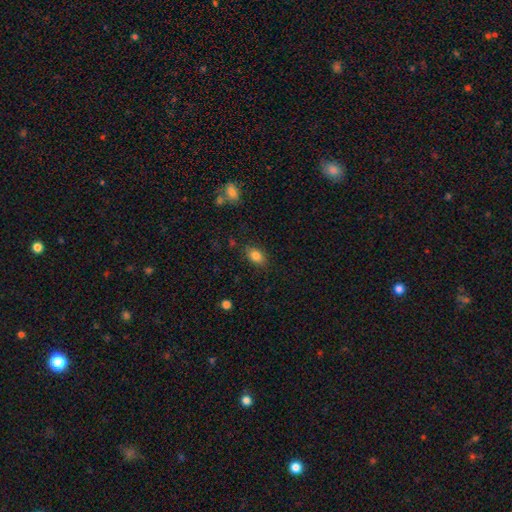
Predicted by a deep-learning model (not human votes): smooth_or_featured: smooth (p=0.84) [alt: star or artifact p=0.09]
how_rounded: in between (p=0.84) [alt: round p=0.14]
merging: none (p=0.83) [alt: minor disturbance p=0.12]